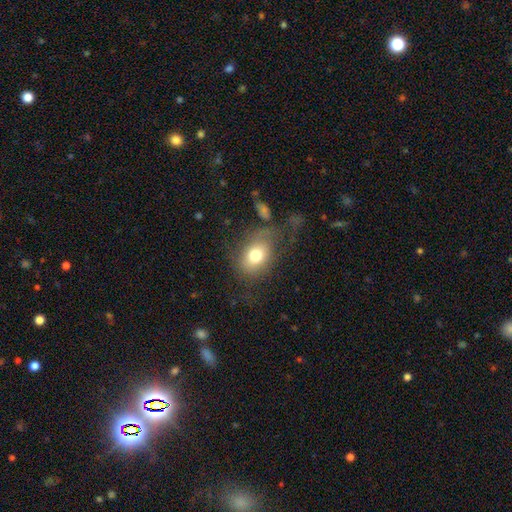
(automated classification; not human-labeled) Smooth or featured? smooth (74%)
How rounded? in between (67%)
Merging? none (49%)